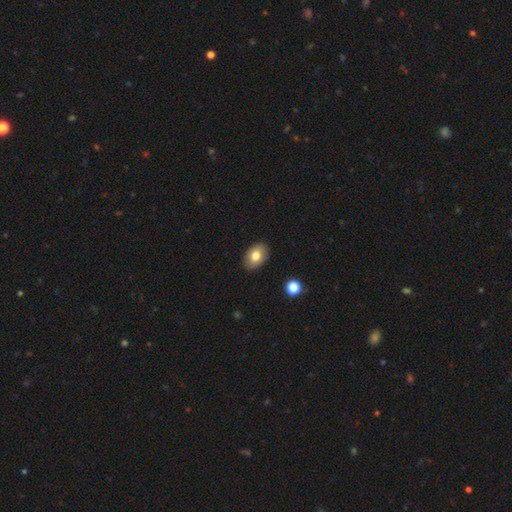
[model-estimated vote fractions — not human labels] Morphology: type=smooth (77%); roundness=in between (86%); merging=none (88%).